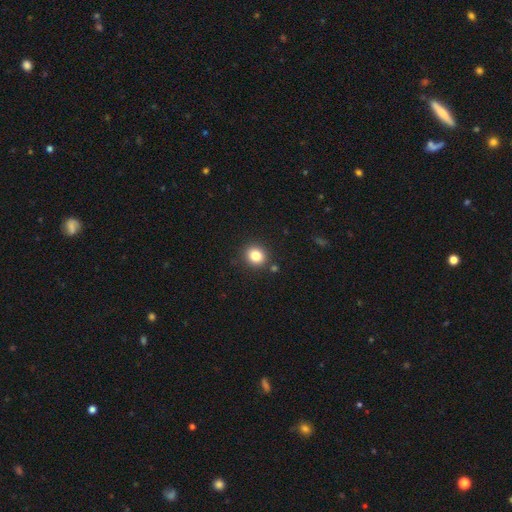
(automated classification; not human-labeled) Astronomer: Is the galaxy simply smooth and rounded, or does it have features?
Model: smooth — 82%.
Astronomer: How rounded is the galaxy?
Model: round — 80%.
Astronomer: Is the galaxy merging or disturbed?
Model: none — 87%.